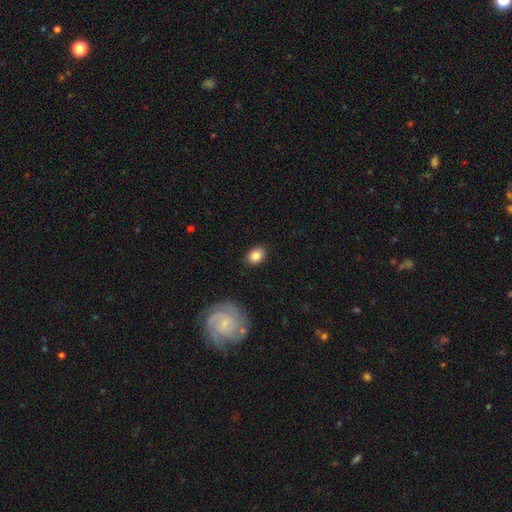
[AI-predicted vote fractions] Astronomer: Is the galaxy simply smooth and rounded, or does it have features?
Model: smooth — 84%.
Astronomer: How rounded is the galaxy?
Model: in between — 71%.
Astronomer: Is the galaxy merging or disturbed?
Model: none — 87%.